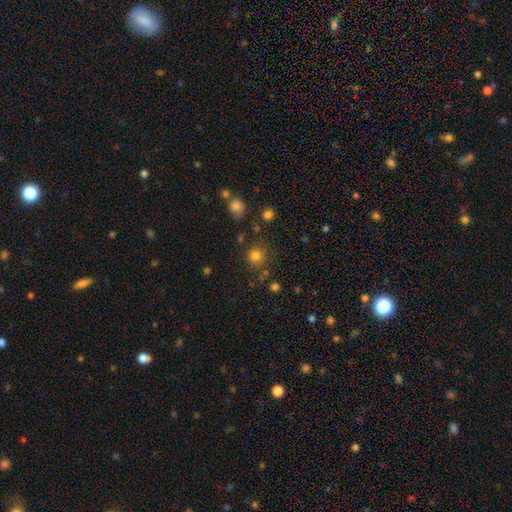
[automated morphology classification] Smooth or featured? smooth (80%)
How rounded? round (91%)
Merging? none (80%)